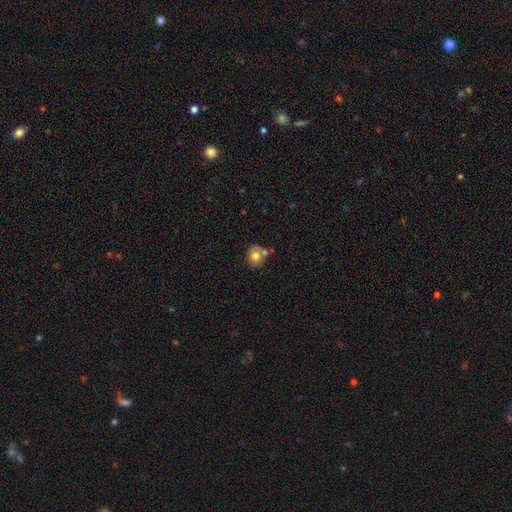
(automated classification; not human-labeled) Smooth or featured? smooth (72%)
How rounded? round (68%)
Merging? none (49%)